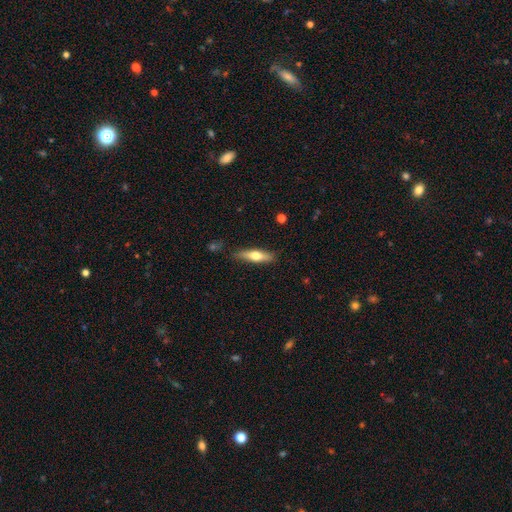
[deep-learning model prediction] A smooth galaxy with no disk features (52%) that is cigar-shaped (71%). Merging: none (84%).